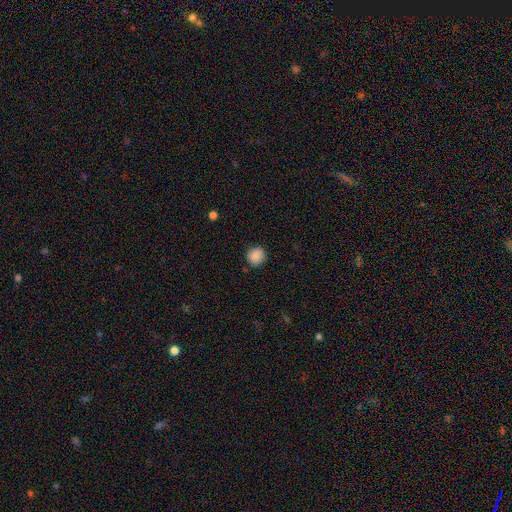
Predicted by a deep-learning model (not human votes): This is clearly a smooth galaxy (87%). How rounded: clearly round (91%). Merging: clearly none (86%).